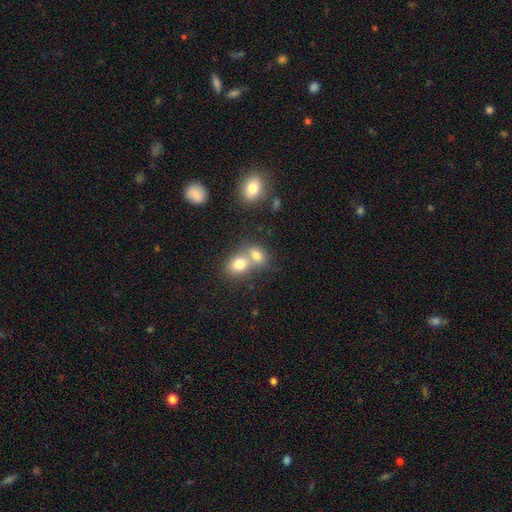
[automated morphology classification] The model was most divided on "merging": merger: 54%, none: 36%, minor disturbance: 7%, major disturbance: 3%. More confident: smooth or featured — smooth (65%); how rounded — round (61%).